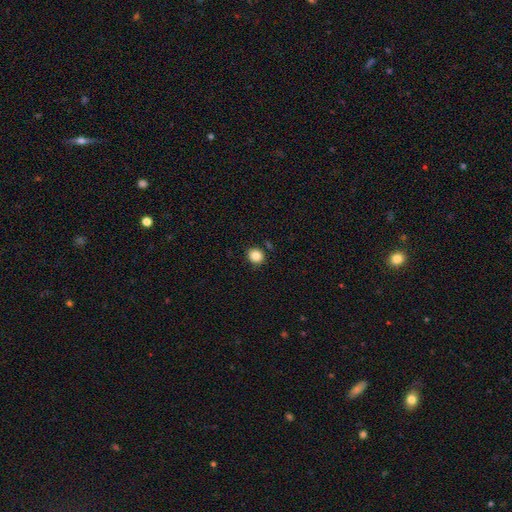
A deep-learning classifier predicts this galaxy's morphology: A smooth galaxy with no disk features (86%) that is round (81%). Merging: none (88%).